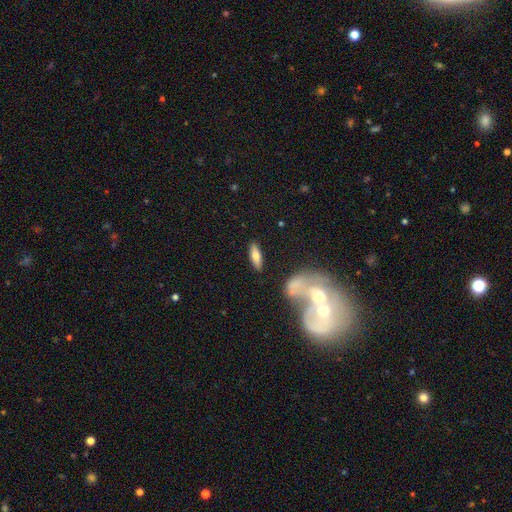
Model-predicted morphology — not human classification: Smooth or featured?
  - smooth: 61% *
  - featured or disk: 32%
  - star or artifact: 7%
How rounded?
  - in between: 49% *
  - cigar-shaped: 48%
  - round: 3%
Merging?
  - none: 83% *
  - minor disturbance: 10%
  - merger: 4%
  - major disturbance: 3%